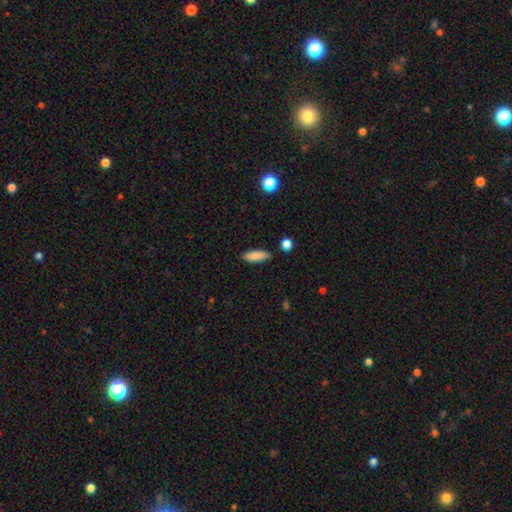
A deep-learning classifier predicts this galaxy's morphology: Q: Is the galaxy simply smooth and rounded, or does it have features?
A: smooth — 87%.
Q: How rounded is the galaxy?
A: in between — 57%.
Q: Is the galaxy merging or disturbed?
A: none — 86%.